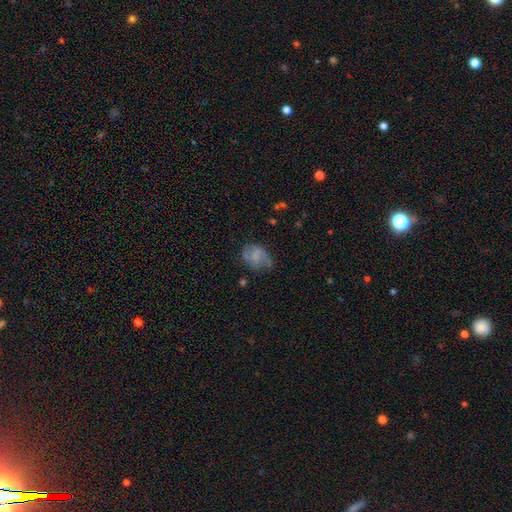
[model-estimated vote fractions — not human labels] This appears to be a featured or disk galaxy (51%). Merging: none (48%).